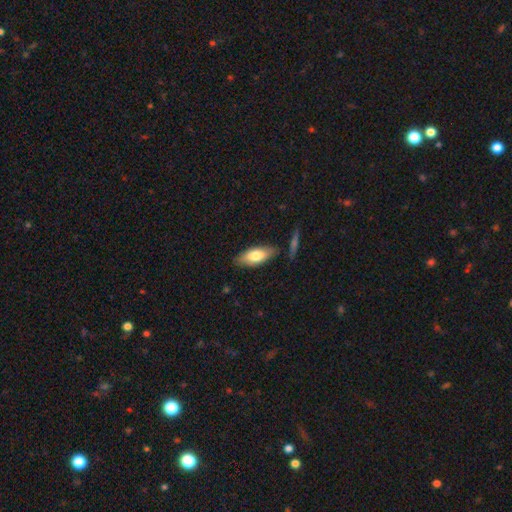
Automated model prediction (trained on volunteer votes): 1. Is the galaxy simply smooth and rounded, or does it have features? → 74% smooth, 20% featured or disk, 6% star or artifact.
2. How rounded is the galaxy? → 80% in between, 18% cigar-shaped, 2% round.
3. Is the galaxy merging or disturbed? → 80% none, 13% minor disturbance, 4% merger, 3% major disturbance.